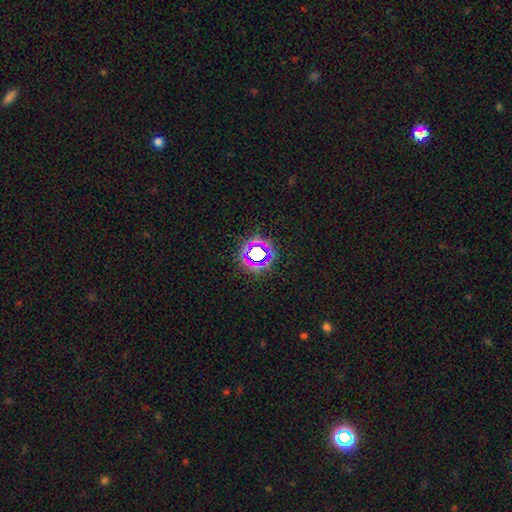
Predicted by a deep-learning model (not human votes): A star or artifact, not a galaxy (61%).